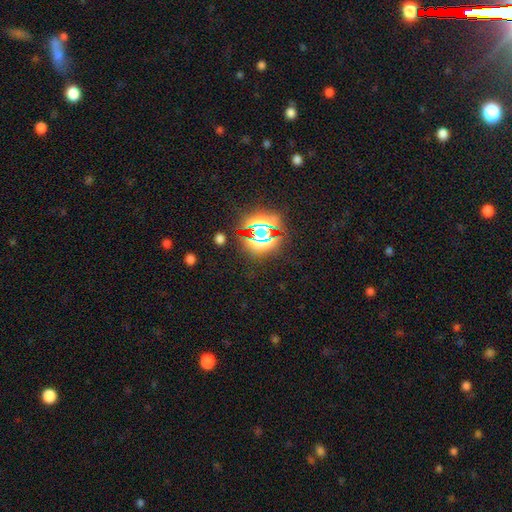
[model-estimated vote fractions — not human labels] The model was most divided on "smooth or featured": star or artifact: 79%, smooth: 13%, featured or disk: 8%.